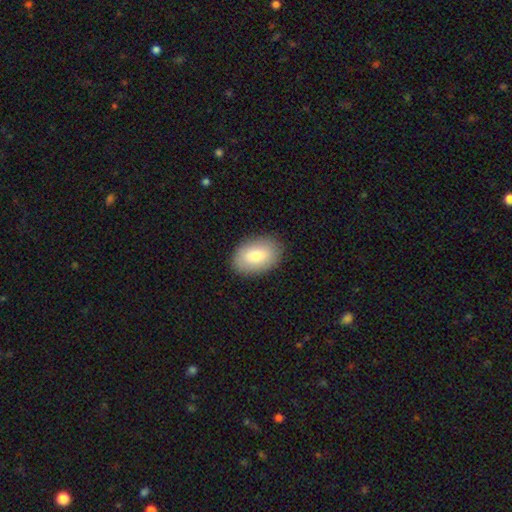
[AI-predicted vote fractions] smooth_or_featured: smooth (p=0.79) [alt: featured or disk p=0.14]
how_rounded: in between (p=0.88) [alt: round p=0.10]
merging: none (p=0.87) [alt: minor disturbance p=0.10]